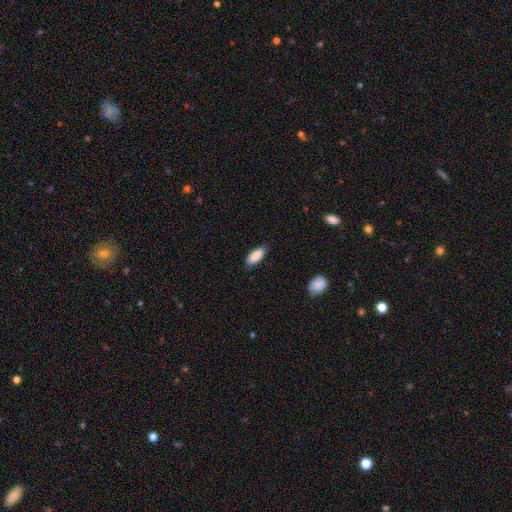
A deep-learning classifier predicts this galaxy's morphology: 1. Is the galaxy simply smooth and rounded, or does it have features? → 88% smooth, 6% star or artifact, 5% featured or disk.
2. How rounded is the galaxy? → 85% in between, 13% cigar-shaped, 2% round.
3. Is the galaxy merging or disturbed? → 80% none, 16% minor disturbance, 3% major disturbance, 1% merger.